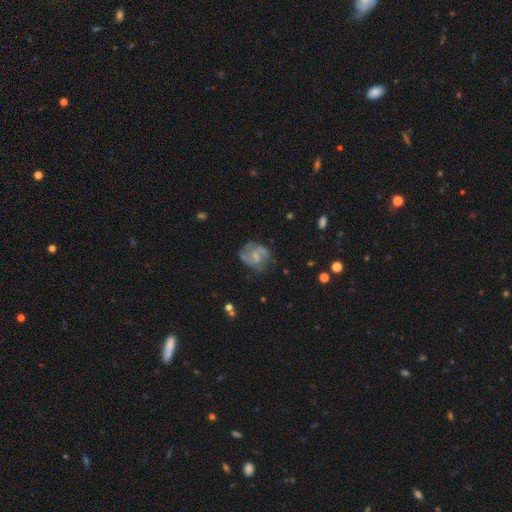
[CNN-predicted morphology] Overall: featured or disk (74%). Edge-on disk: no (98%). Bar: weak (48%; no 44%). Spiral arms: yes (91%). Spiral arm count: 2 (71%). Spiral winding: medium (51%; tight 28%). Bulge size: small (50%; moderate 28%). Merging: none (69%).